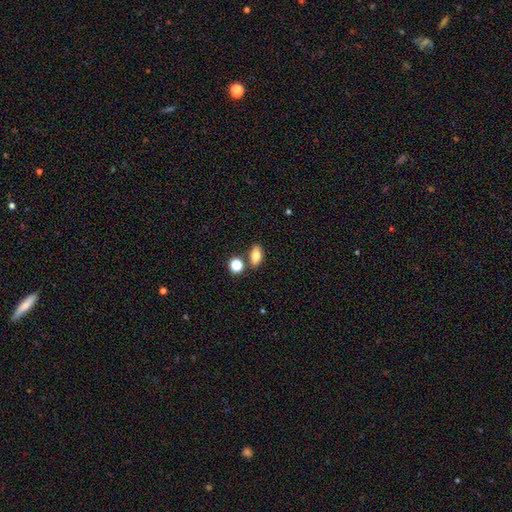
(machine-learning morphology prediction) Smooth or featured? smooth (79%)
How rounded? in between (83%)
Merging? none (77%)